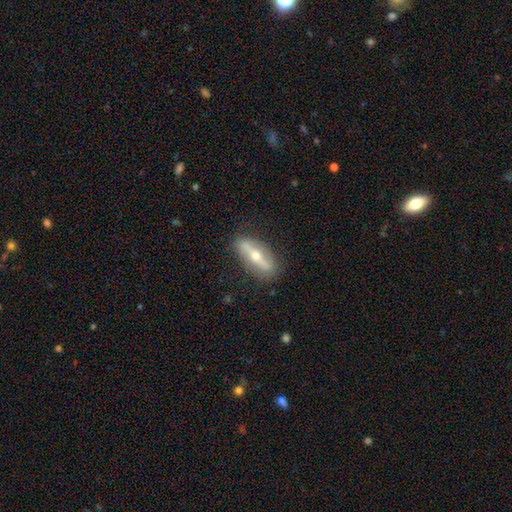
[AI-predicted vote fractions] Smooth or featured?
  - featured or disk: 69% *
  - smooth: 26%
  - star or artifact: 6%
Edge-on disk?
  - yes: 59% *
  - no: 41%
Merging?
  - none: 85% *
  - minor disturbance: 11%
  - major disturbance: 3%
  - merger: 1%